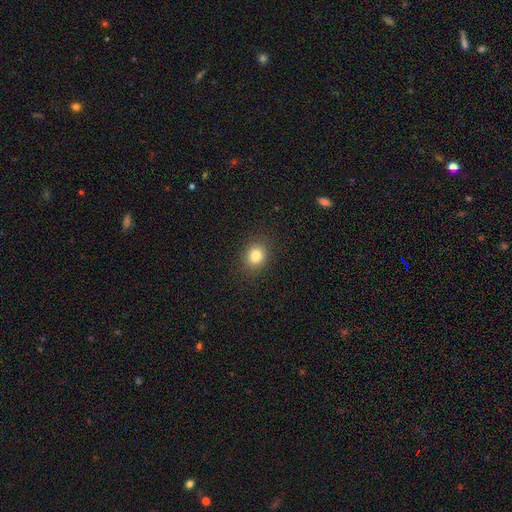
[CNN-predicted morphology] smooth 82%, star or artifact 12%, featured or disk 7%. Down the decision tree: how rounded — round (65%); merging — none (89%).